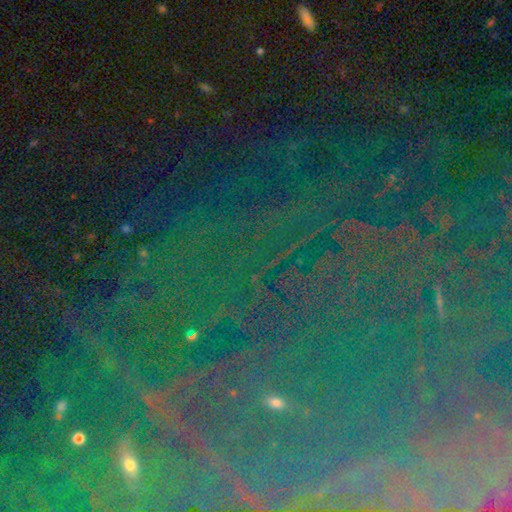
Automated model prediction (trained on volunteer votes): A star or artifact, not a galaxy (84%).